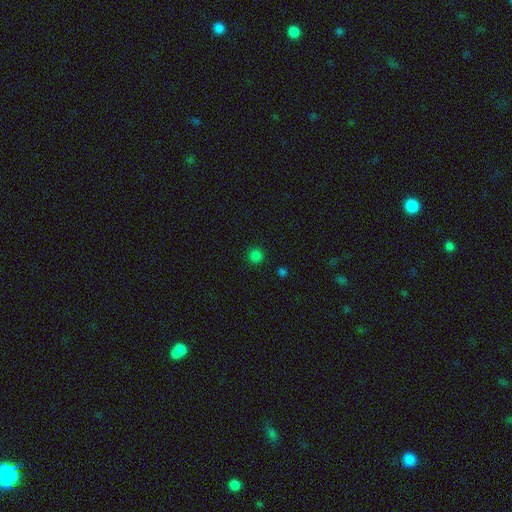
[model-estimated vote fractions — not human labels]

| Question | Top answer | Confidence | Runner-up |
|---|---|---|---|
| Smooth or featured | smooth | 80% | star or artifact (17%) |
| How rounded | round | 94% | in between (5%) |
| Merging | none | 90% | minor disturbance (6%) |